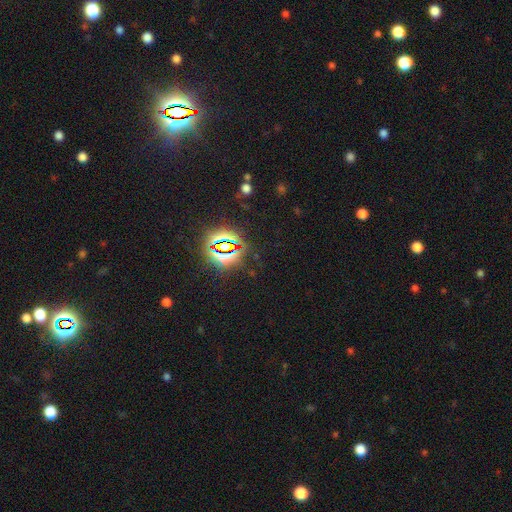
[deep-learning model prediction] Smooth or featured: star or artifact — 83% (smooth — 10%)